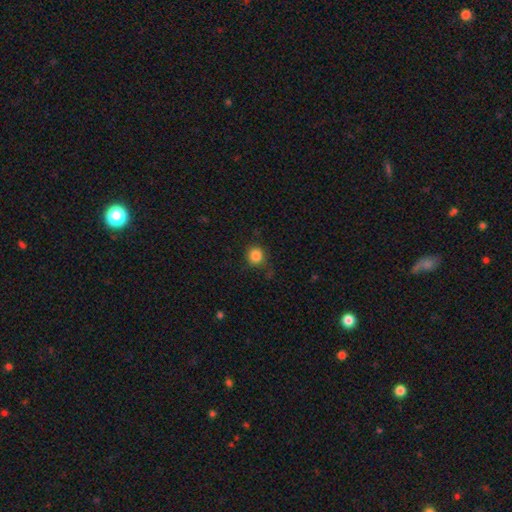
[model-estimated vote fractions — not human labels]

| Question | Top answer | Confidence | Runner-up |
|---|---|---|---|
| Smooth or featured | smooth | 85% | star or artifact (11%) |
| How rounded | round | 90% | in between (9%) |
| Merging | none | 79% | minor disturbance (15%) |